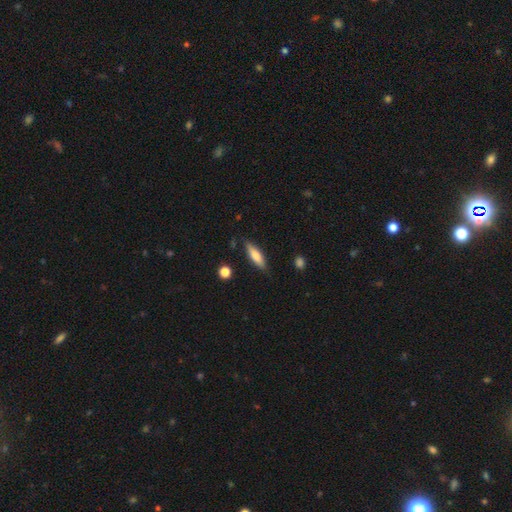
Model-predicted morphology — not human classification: Q: Smooth or featured?
A: smooth (69%); runner-up: featured or disk (25%)
Q: How rounded?
A: cigar-shaped (61%); runner-up: in between (37%)
Q: Merging?
A: none (83%); runner-up: minor disturbance (12%)